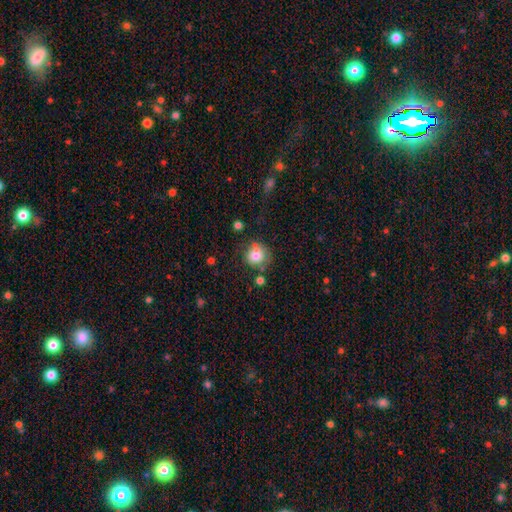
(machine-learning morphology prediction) smooth-or-featured: smooth: 76% | featured or disk: 14% | star or artifact: 10%
  how-rounded: round: 86% | in between: 13% | cigar-shaped: 1%
  merging: none: 65% | minor disturbance: 18% | merger: 11% | major disturbance: 6%